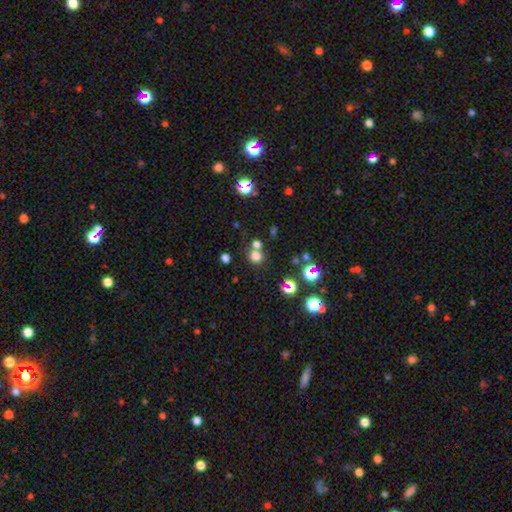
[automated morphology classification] type=smooth (71%); roundness=round (90%); merging=none (65%).